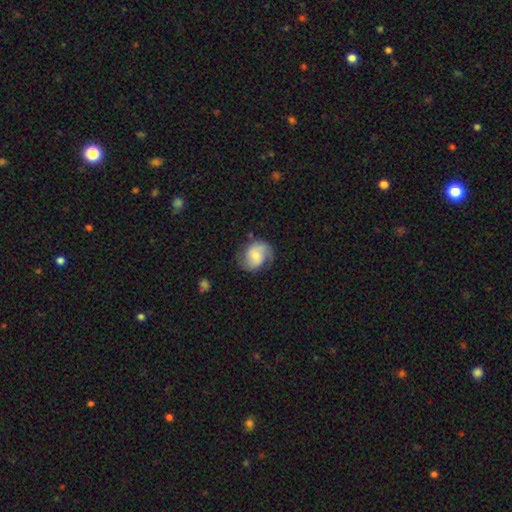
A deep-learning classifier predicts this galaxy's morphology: smooth-or-featured: featured or disk: 61% | smooth: 32% | star or artifact: 7%
  disk-edge-on: no: 97% | yes: 3%
    bar: no: 51% | weak: 39% | strong: 10%
    has-spiral-arms: yes: 89% | no: 11%
      spiral-winding: medium: 45% | loose: 31% | tight: 25%
      spiral-arm-count: 2: 77% | 1: 10% | can't tell: 9% | 3: 2% | 4: 1% | more than 4: 1%
    bulge-size: moderate: 50% | small: 40% | large: 5% | none: 3% | dominant: 1%
  merging: none: 65% | minor disturbance: 23% | major disturbance: 10% | merger: 2%